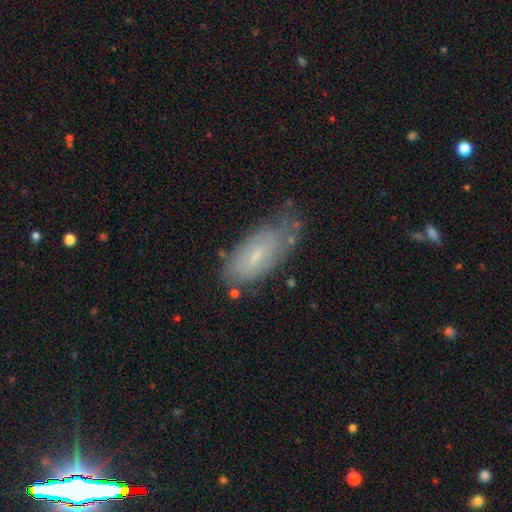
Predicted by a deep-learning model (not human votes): smooth-or-featured: smooth: 50% | featured or disk: 42% | star or artifact: 8%
  how-rounded: in between: 82% | cigar-shaped: 16% | round: 2%
  merging: none: 55% | minor disturbance: 31% | major disturbance: 10% | merger: 4%